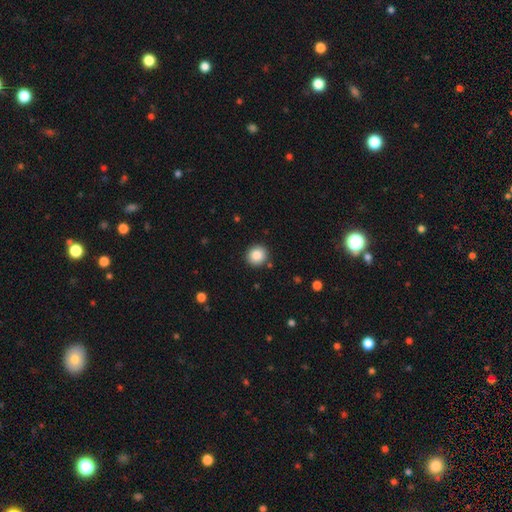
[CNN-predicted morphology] Q: Smooth or featured?
A: smooth (86%); runner-up: star or artifact (9%)
Q: How rounded?
A: round (89%); runner-up: in between (10%)
Q: Merging?
A: none (90%); runner-up: minor disturbance (7%)